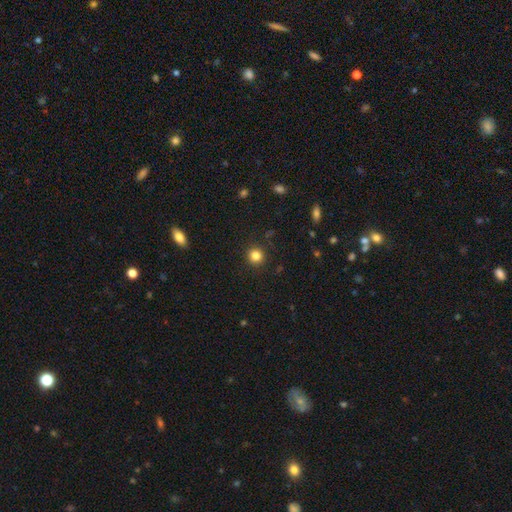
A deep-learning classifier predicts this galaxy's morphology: smooth 83%, star or artifact 12%, featured or disk 5%. Down the decision tree: how rounded — round (94%); merging — none (91%).